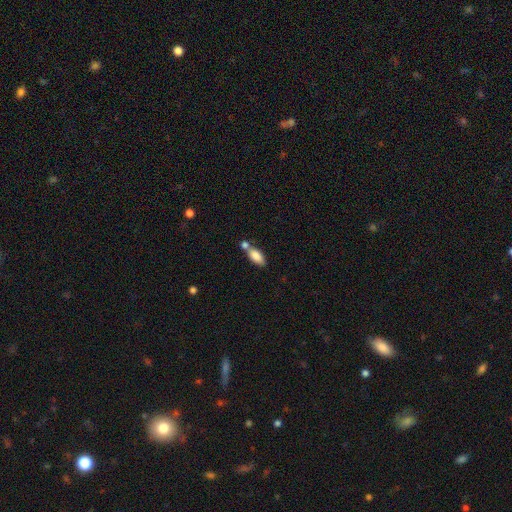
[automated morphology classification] A smooth galaxy with no disk features (84%) that is in between round and cigar-shaped (88%).

Vote fractions:
- Smooth or featured? smooth: 84% / featured or disk: 9% / star or artifact: 7%
- How rounded? in between: 88% / cigar-shaped: 9% / round: 3%
- Merging? none: 43% / merger: 40% / minor disturbance: 13% / major disturbance: 4%